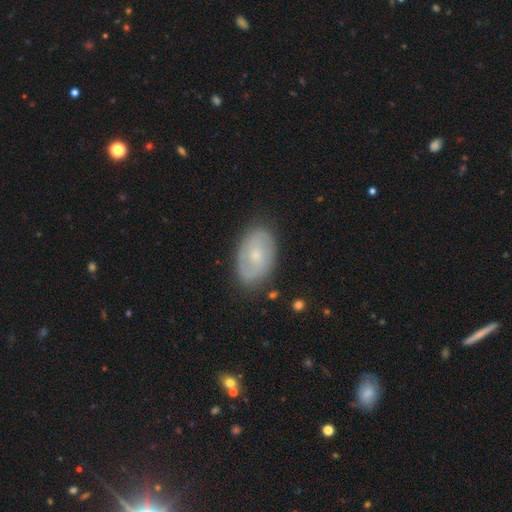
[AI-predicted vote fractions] featured or disk 53%, smooth 40%, star or artifact 7%. Down the decision tree: edge-on disk — no (94%); merging — none (80%).